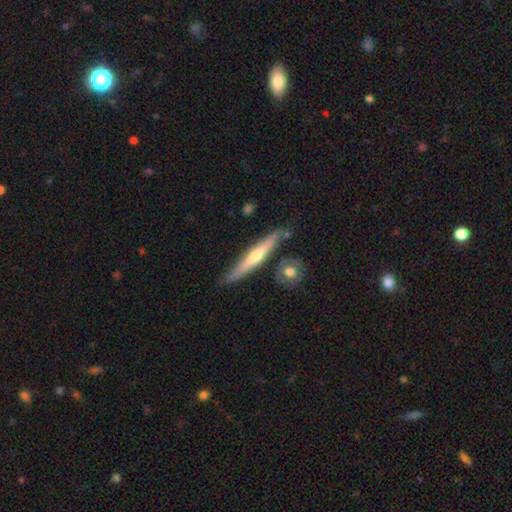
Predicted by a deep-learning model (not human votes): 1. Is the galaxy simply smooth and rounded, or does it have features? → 57% featured or disk, 38% smooth, 5% star or artifact.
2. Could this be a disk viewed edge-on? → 93% yes, 7% no.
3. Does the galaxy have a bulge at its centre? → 77% rounded, 18% none, 5% boxy.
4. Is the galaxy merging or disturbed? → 77% none, 15% minor disturbance, 6% merger, 3% major disturbance.